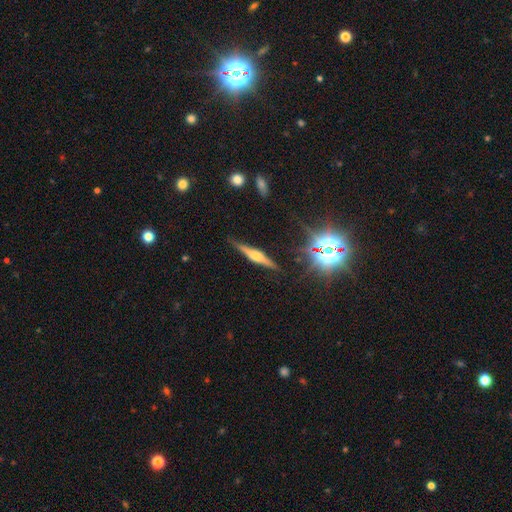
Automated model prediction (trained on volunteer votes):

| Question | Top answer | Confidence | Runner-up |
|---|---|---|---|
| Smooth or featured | featured or disk | 69% | smooth (20%) |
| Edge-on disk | yes | 97% | no (3%) |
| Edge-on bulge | rounded | 81% | boxy (14%) |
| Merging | none | 86% | minor disturbance (10%) |